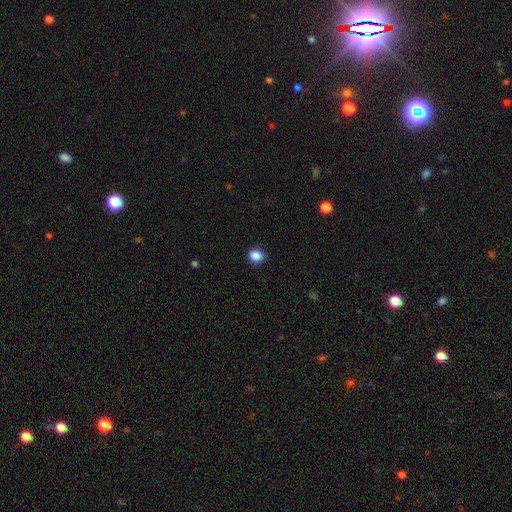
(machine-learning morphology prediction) smooth-or-featured: smooth: 88% | star or artifact: 10% | featured or disk: 3%
  how-rounded: round: 61% | in between: 38% | cigar-shaped: 1%
  merging: none: 89% | minor disturbance: 8% | major disturbance: 2% | merger: 1%